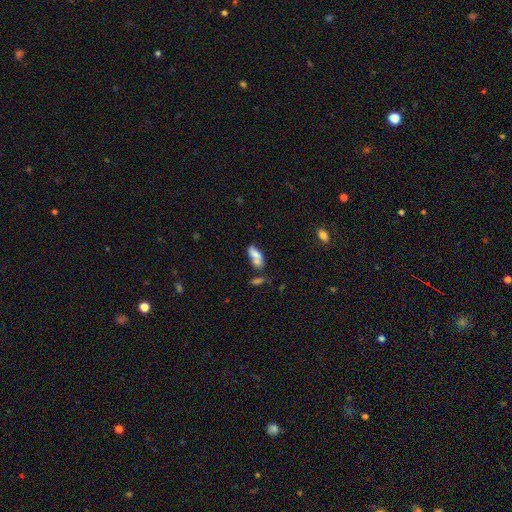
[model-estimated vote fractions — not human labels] Morphology: type=smooth (65%); roundness=in between (82%); merging=merger (47%).